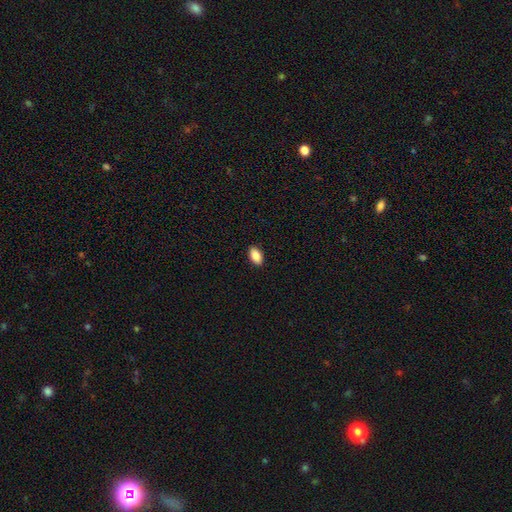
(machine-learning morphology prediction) A smooth galaxy with no disk features (87%) that is in between round and cigar-shaped (92%). Merging: none (90%).